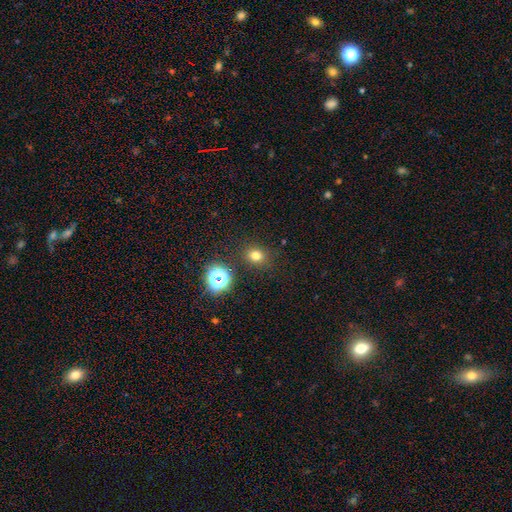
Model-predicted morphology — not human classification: A smooth galaxy with no disk features (74%) that is round (71%). Merging: none (87%).